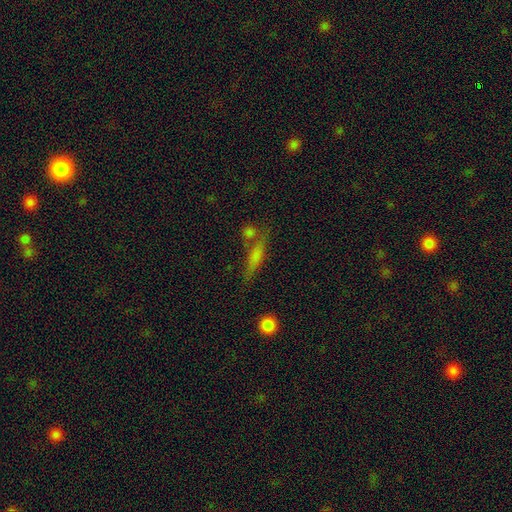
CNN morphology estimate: This appears to be a smooth galaxy with no disk features (40%). Merging: none (62%).